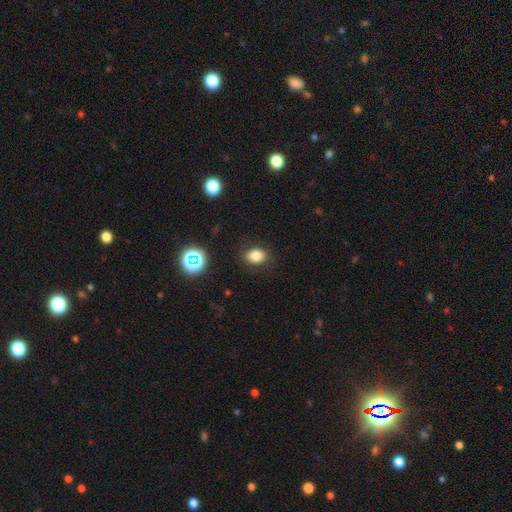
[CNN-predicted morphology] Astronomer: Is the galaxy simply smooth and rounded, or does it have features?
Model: smooth — 78%.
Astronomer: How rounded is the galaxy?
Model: in between — 63%.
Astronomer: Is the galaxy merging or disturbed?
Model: none — 84%.